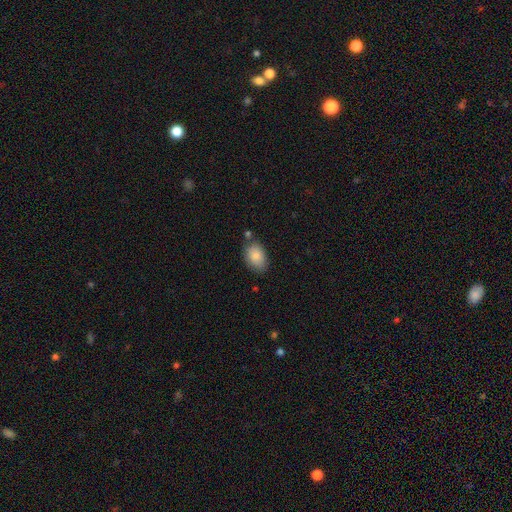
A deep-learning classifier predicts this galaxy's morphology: Smooth or featured? Predicted: smooth (p=0.84). How rounded? Predicted: in between (p=0.87). Merging? Predicted: none (p=0.73).